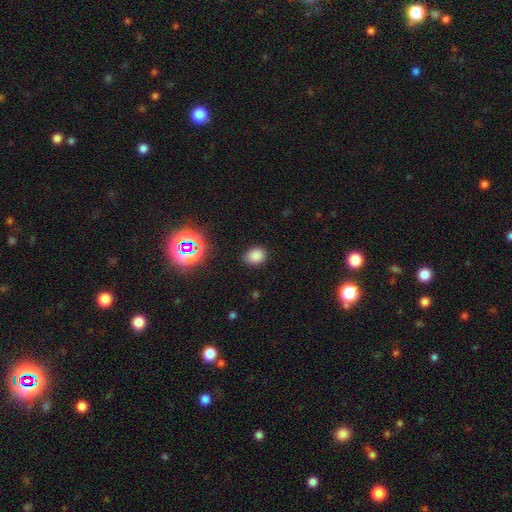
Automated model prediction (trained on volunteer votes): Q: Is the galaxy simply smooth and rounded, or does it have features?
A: smooth — 79%.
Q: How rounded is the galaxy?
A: round — 52%.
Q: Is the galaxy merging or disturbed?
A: none — 83%.